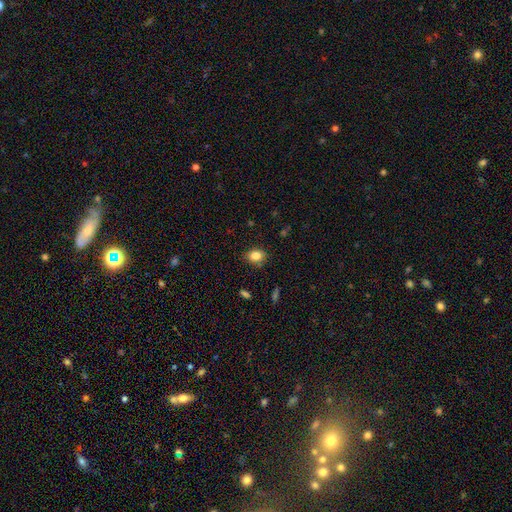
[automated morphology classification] Smooth or featured: smooth — 84% (star or artifact — 10%)
How rounded: in between — 65% (round — 34%)
Merging: none — 84% (minor disturbance — 11%)